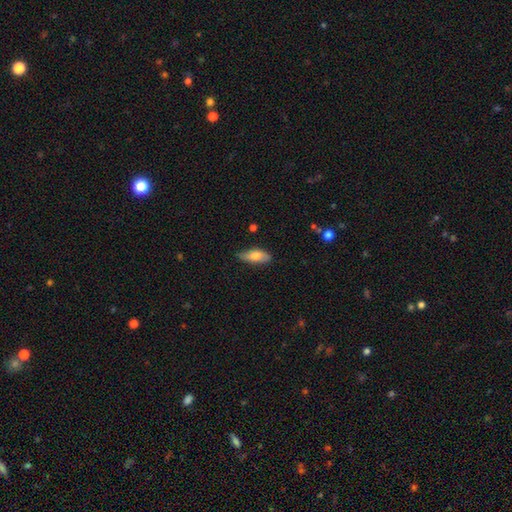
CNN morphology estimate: This appears to be a smooth galaxy with no disk features (67%) that is in between round and cigar-shaped (72%). Merging: none (74%).